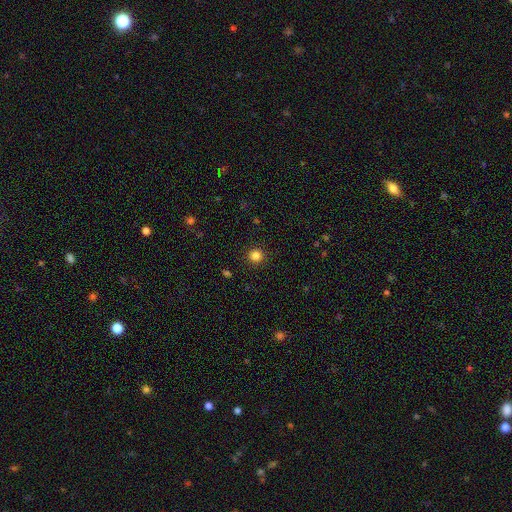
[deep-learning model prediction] A smooth galaxy with no disk features (83%) that is round (94%). Merging: none (92%).